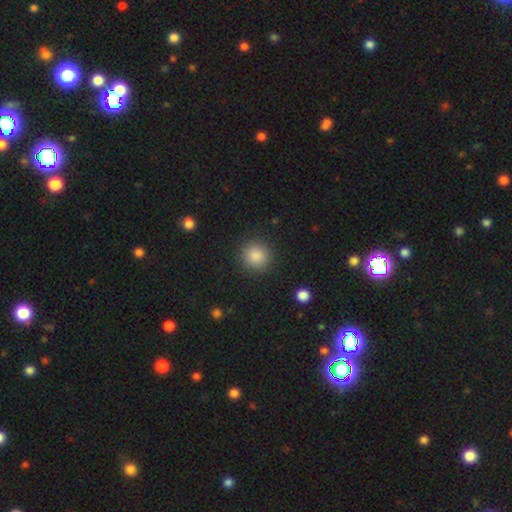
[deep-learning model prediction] Smooth or featured: smooth — 87% (star or artifact — 10%)
How rounded: round — 93% (in between — 6%)
Merging: none — 90% (minor disturbance — 6%)